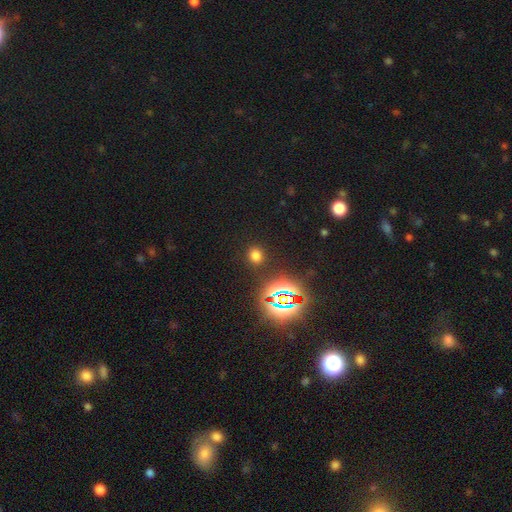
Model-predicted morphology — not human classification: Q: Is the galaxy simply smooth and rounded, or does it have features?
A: smooth — 66%.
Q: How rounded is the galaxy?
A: round — 75%.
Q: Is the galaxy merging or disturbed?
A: none — 88%.